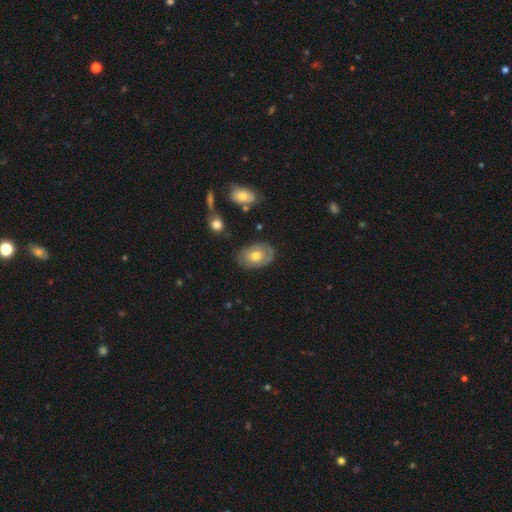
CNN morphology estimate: This is possibly a smooth galaxy (47%, tied with featured or disk). Merging: likely none (75%).